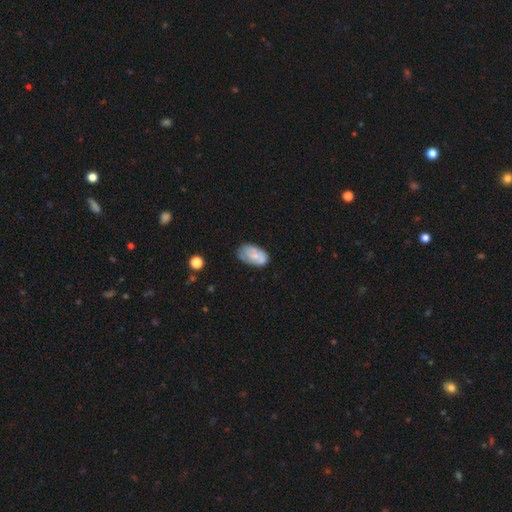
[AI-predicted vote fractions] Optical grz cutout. It shows a featured or disk galaxy (47%). Merging: none (57%).